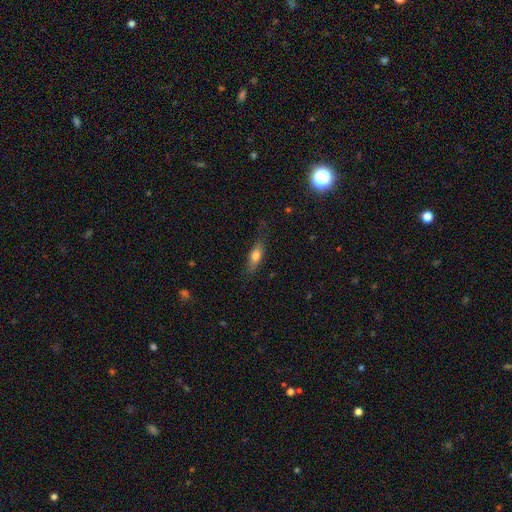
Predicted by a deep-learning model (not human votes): smooth_or_featured: smooth (p=0.68) [alt: featured or disk p=0.25]
how_rounded: in between (p=0.57) [alt: cigar-shaped p=0.40]
merging: none (p=0.73) [alt: minor disturbance p=0.20]